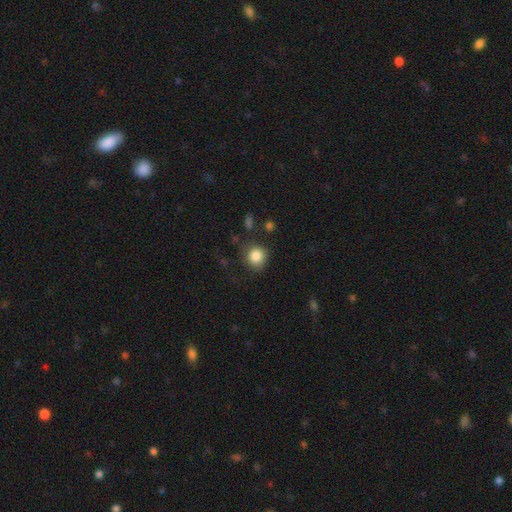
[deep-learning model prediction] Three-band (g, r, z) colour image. It shows a smooth galaxy with no disk features (85%) that is round (84%). Merging: none (75%).